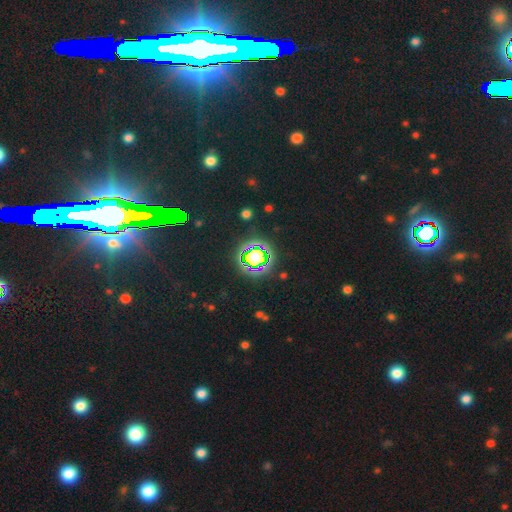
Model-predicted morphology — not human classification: A star or artifact, not a galaxy (64%).

Vote fractions:
- Smooth or featured? star or artifact: 64% / smooth: 25% / featured or disk: 11%